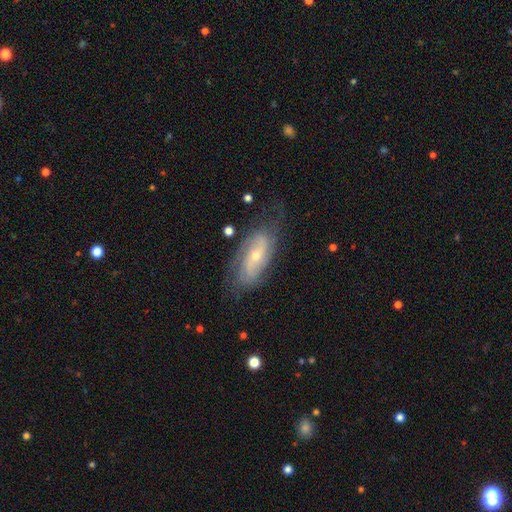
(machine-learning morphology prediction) smooth-or-featured: featured or disk: 75% | smooth: 18% | star or artifact: 7%
  disk-edge-on: no: 91% | yes: 9%
    bar: no: 59% | weak: 32% | strong: 10%
    has-spiral-arms: yes: 90% | no: 10%
      spiral-winding: medium: 40% | tight: 37% | loose: 23%
      spiral-arm-count: 2: 56% | can't tell: 27% | 3: 8% | 1: 3% | 4: 3% | more than 4: 2%
    bulge-size: small: 63% | moderate: 33% | none: 1% | large: 1% | dominant: 1%
  merging: none: 66% | minor disturbance: 22% | major disturbance: 10% | merger: 2%